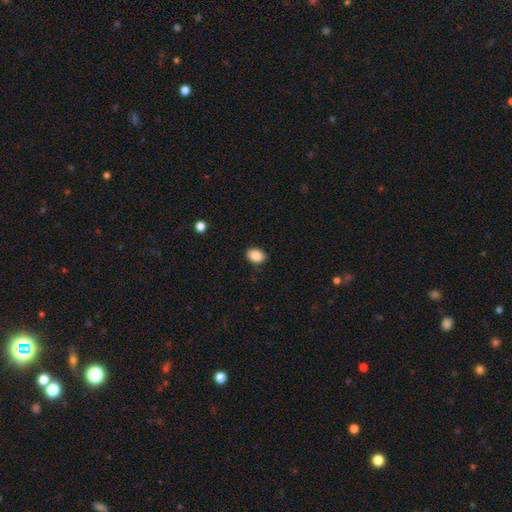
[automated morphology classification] A smooth galaxy with no disk features (88%) that is in between round and cigar-shaped (73%). Merging: none (88%).